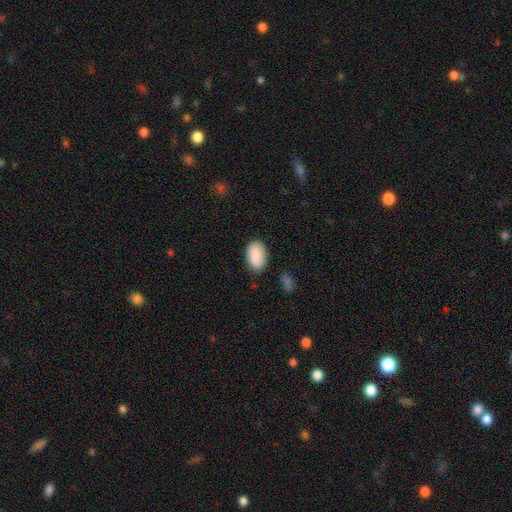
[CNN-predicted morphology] smooth-or-featured: smooth: 90% | star or artifact: 6% | featured or disk: 4%
  how-rounded: in between: 93% | round: 6% | cigar-shaped: 1%
  merging: none: 82% | minor disturbance: 13% | major disturbance: 3% | merger: 2%